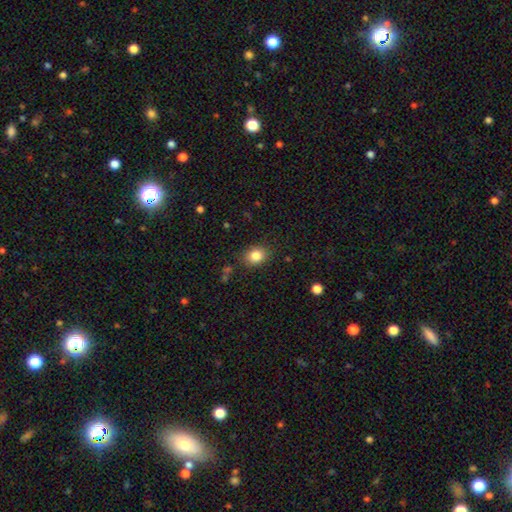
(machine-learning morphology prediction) smooth 83%, star or artifact 10%, featured or disk 7%. Down the decision tree: how rounded — in between (54%); merging — none (84%).